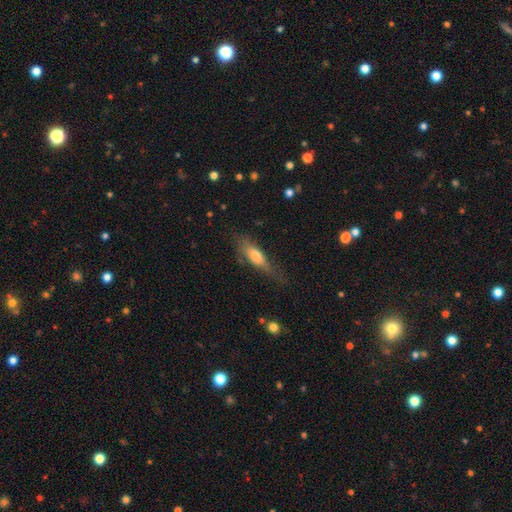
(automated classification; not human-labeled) Smooth or featured?
  - smooth: 66% *
  - featured or disk: 27%
  - star or artifact: 7%
How rounded?
  - in between: 54% *
  - cigar-shaped: 43%
  - round: 3%
Merging?
  - none: 54% *
  - minor disturbance: 28%
  - major disturbance: 15%
  - merger: 3%